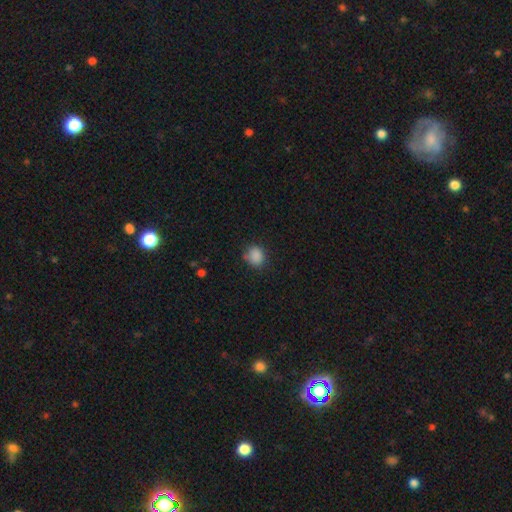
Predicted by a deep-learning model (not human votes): smooth_or_featured: smooth (p=0.87) [alt: star or artifact p=0.09]
how_rounded: round (p=0.64) [alt: in between p=0.35]
merging: none (p=0.72) [alt: minor disturbance p=0.21]